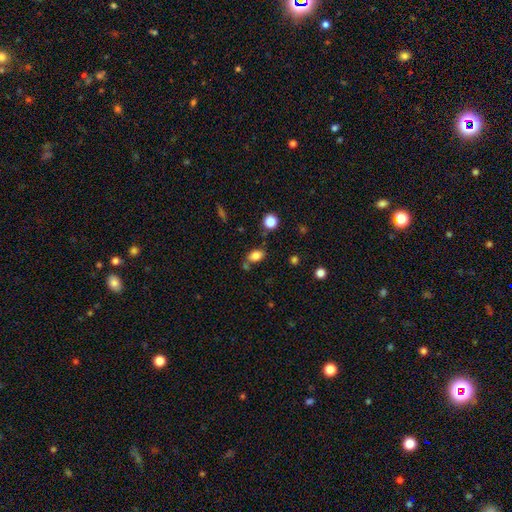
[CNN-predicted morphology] smooth 81%, star or artifact 11%, featured or disk 8%. Down the decision tree: how rounded — in between (81%); merging — none (67%).